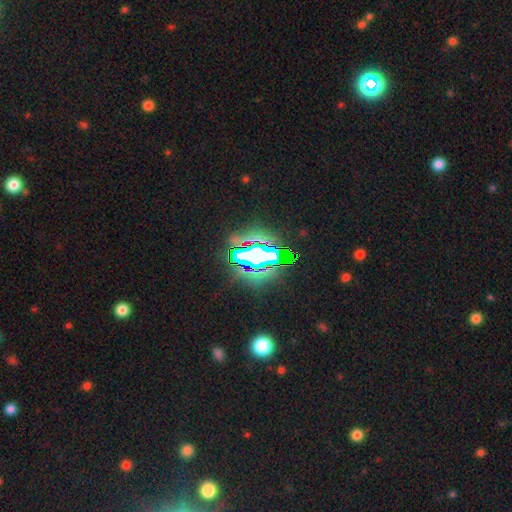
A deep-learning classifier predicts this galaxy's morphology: Smooth or featured? Predicted: star or artifact (p=0.67).